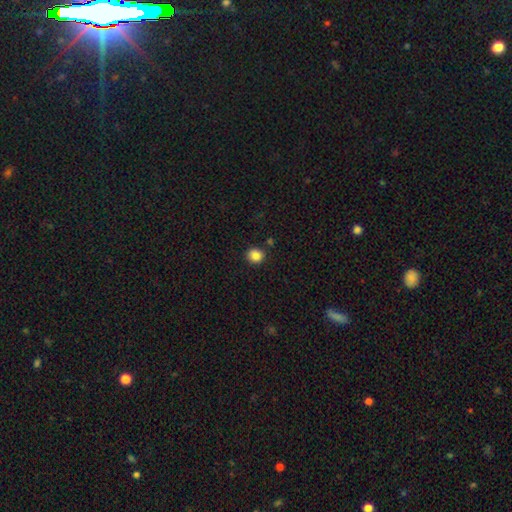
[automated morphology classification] Smooth or featured?
  - smooth: 85% *
  - star or artifact: 10%
  - featured or disk: 4%
How rounded?
  - round: 85% *
  - in between: 15%
  - cigar-shaped: 1%
Merging?
  - none: 88% *
  - minor disturbance: 7%
  - merger: 3%
  - major disturbance: 2%